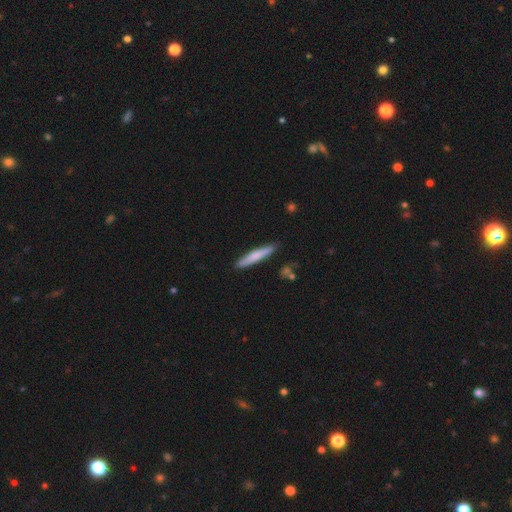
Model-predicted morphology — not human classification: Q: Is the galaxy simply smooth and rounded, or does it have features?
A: smooth — 69%.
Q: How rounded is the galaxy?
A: cigar-shaped — 93%.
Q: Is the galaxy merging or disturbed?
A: none — 87%.